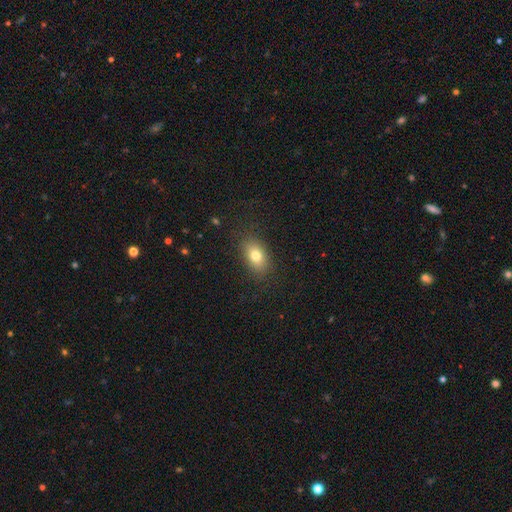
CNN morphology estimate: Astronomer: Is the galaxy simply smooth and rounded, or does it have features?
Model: smooth — 79%.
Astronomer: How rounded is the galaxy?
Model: in between — 86%.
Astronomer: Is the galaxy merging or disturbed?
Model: none — 85%.